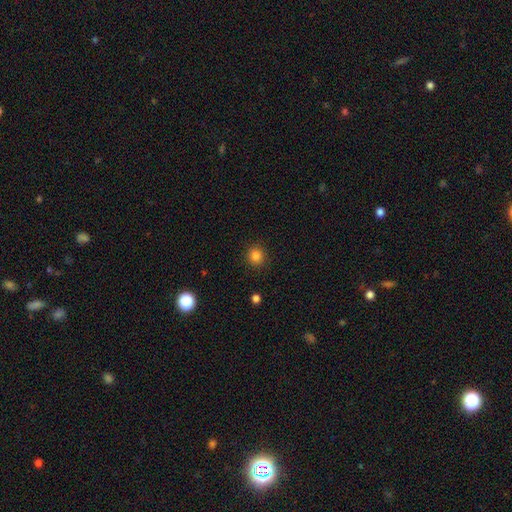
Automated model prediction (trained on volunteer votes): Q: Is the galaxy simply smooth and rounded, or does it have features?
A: smooth — 84%.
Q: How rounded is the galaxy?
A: round — 90%.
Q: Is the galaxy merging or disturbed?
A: none — 91%.